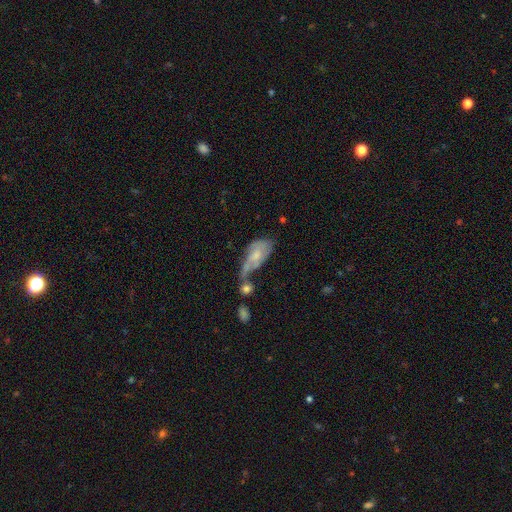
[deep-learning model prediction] A featured or disk galaxy (52%).

Vote fractions:
- Smooth or featured? featured or disk: 52% / smooth: 40% / star or artifact: 8%
- Edge-on disk? no: 92% / yes: 8%
- Merging? merger: 32% / major disturbance: 29% / minor disturbance: 20% / none: 19%